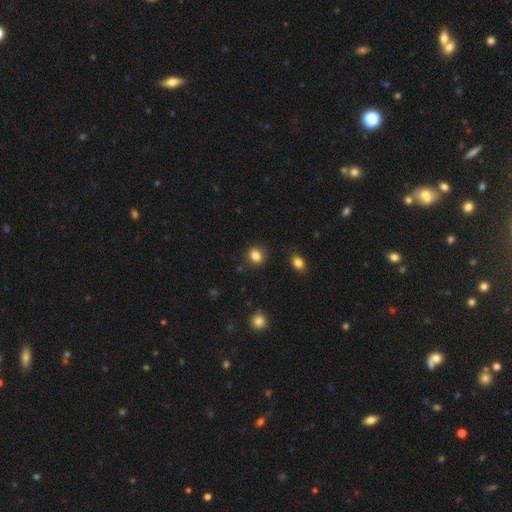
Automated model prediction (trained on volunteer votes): smooth_or_featured: smooth (p=0.85) [alt: star or artifact p=0.10]
how_rounded: round (p=0.57) [alt: in between p=0.42]
merging: none (p=0.85) [alt: minor disturbance p=0.10]